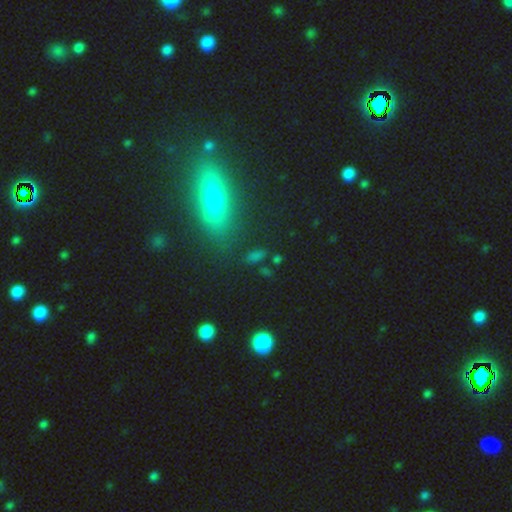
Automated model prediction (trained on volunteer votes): A smooth galaxy with no disk features (59%) that is in between round and cigar-shaped (65%).

Vote fractions:
- Smooth or featured? smooth: 59% / star or artifact: 27% / featured or disk: 14%
- How rounded? in between: 65% / cigar-shaped: 20% / round: 15%
- Merging? none: 71% / minor disturbance: 14% / major disturbance: 7% / merger: 7%